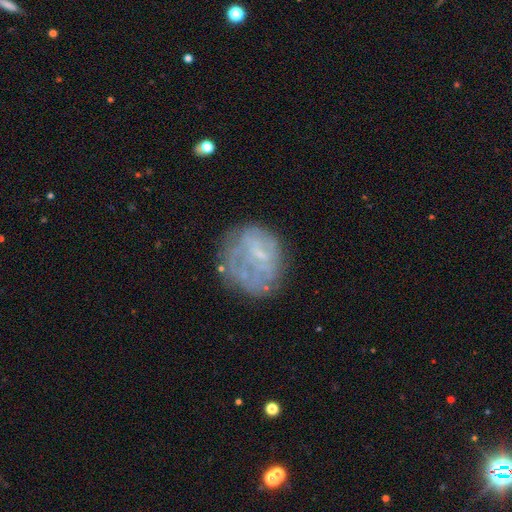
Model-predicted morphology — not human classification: A featured or disk galaxy (48%).

Vote fractions:
- Smooth or featured? featured or disk: 48% / smooth: 36% / star or artifact: 16%
- Merging? none: 63% / minor disturbance: 20% / major disturbance: 14% / merger: 3%